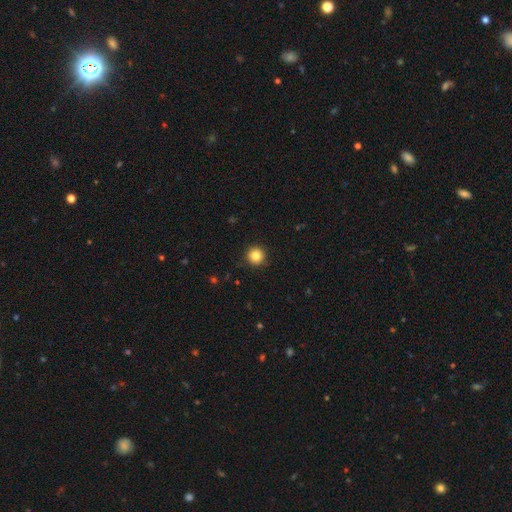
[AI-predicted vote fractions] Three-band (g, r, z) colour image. It shows a smooth galaxy with no disk features (84%) that is round (96%). Merging: none (92%).